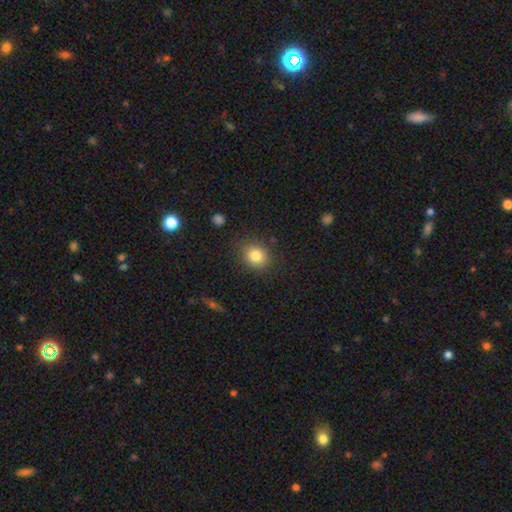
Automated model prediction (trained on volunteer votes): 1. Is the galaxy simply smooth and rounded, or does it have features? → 82% smooth, 10% star or artifact, 8% featured or disk.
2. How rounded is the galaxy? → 66% round, 33% in between, 1% cigar-shaped.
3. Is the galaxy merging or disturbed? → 83% none, 12% minor disturbance, 3% major disturbance, 2% merger.